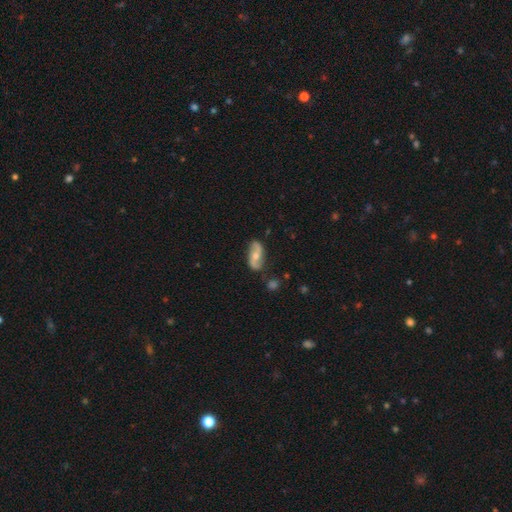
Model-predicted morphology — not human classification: The model was most divided on "bar": no: 55%, weak: 30%, strong: 15%. More confident: edge-on disk — no (92%); spiral arm count — 2 (91%); spiral arms — yes (87%); merging — none (77%); smooth or featured — featured or disk (69%); spiral winding — loose (68%); bulge size — moderate (65%).